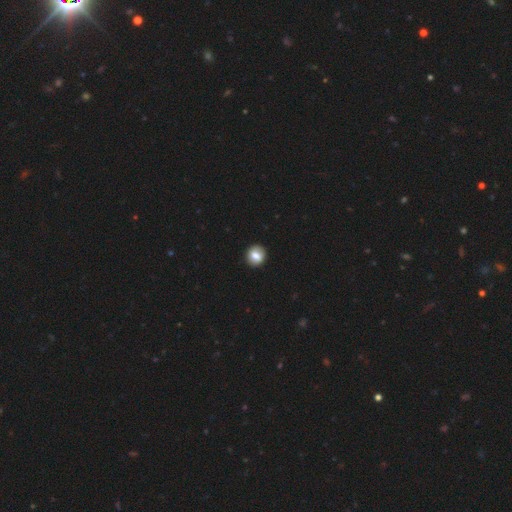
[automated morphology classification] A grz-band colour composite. It shows a smooth galaxy with no disk features (75%) that is round (84%). Merging: none (90%).